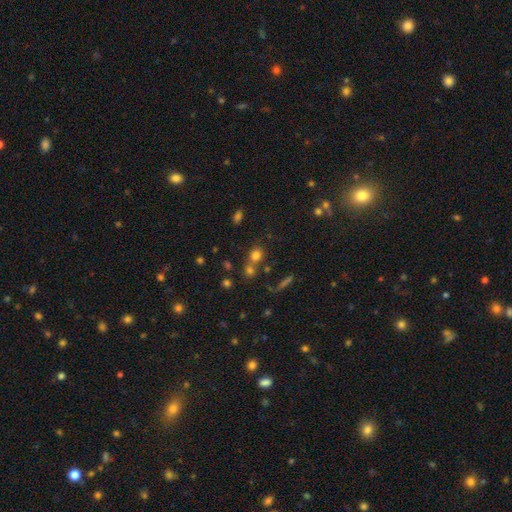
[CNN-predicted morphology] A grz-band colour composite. It shows a smooth galaxy with no disk features (71%) that is round (79%). Merging: none (49%).